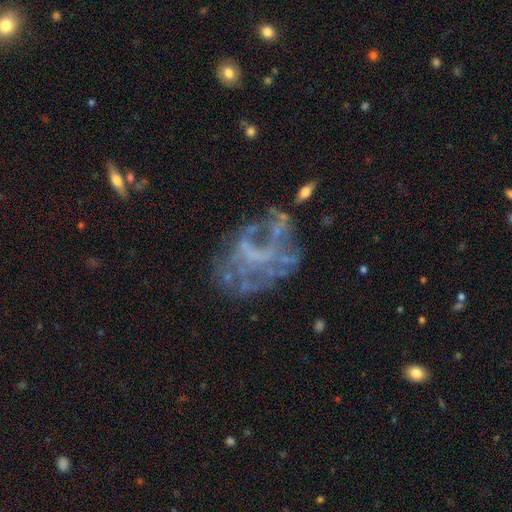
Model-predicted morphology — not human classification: smooth-or-featured: featured or disk: 71% | star or artifact: 15% | smooth: 14%
  disk-edge-on: no: 98% | yes: 2%
    bar: no: 74% | weak: 19% | strong: 7%
    has-spiral-arms: no: 71% | yes: 29%
    bulge-size: none: 75% | small: 13% | moderate: 9% | large: 2% | dominant: 1%
  merging: none: 46% | major disturbance: 30% | minor disturbance: 18% | merger: 6%